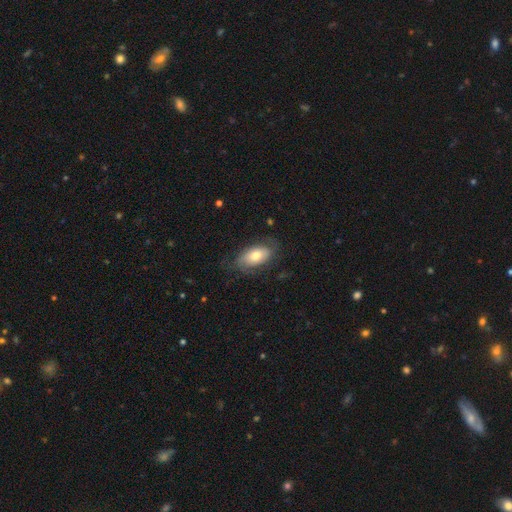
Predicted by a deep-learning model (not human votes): smooth_or_featured: smooth (p=0.59) [alt: featured or disk p=0.35]
how_rounded: in between (p=0.92) [alt: round p=0.06]
merging: none (p=0.67) [alt: minor disturbance p=0.22]